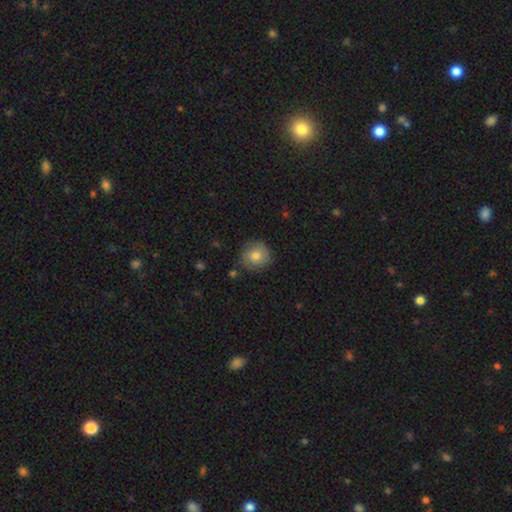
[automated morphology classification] Smooth or featured: smooth — 79% (featured or disk — 12%)
How rounded: round — 90% (in between — 9%)
Merging: none — 84% (minor disturbance — 12%)